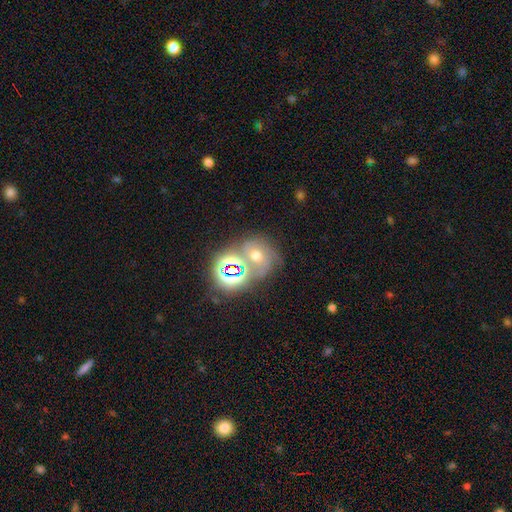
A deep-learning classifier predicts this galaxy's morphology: This is marginally a star or artifact rather than a galaxy (38%).